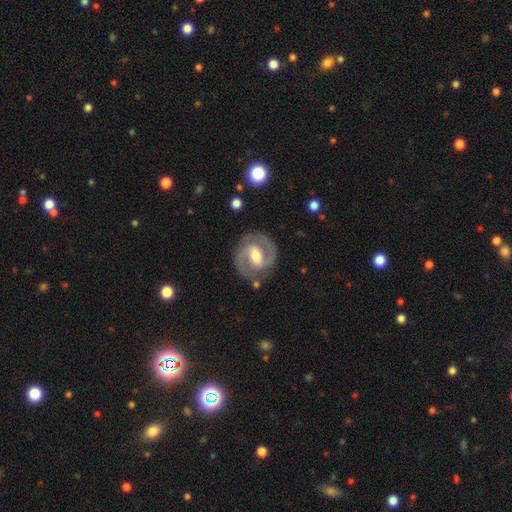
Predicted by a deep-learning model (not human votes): Morphology: type=featured or disk (88%); edge-on=no (98%); bar=weak (43%); spiral arms=yes (96%); winding=medium (52%); arm count=2 (92%); bulge=moderate (68%); merging=none (84%).